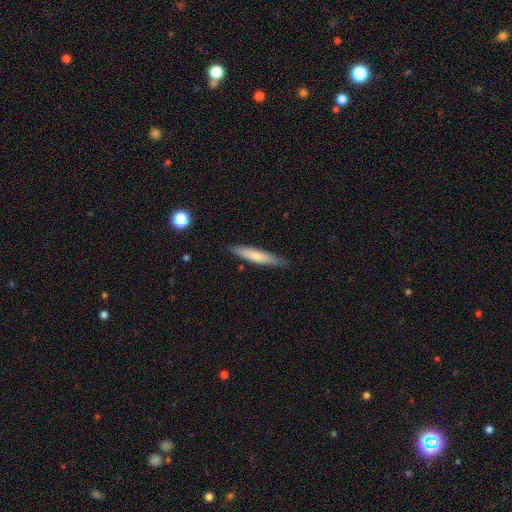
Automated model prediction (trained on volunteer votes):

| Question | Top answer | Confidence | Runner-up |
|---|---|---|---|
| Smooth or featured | smooth | 71% | featured or disk (24%) |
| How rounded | cigar-shaped | 90% | in between (9%) |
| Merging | none | 84% | minor disturbance (12%) |